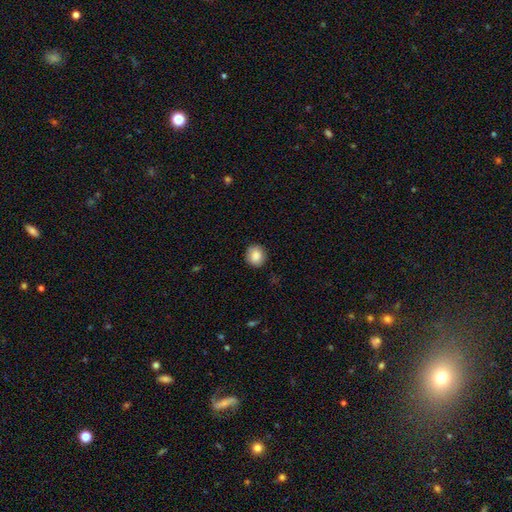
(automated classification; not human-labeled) Overall: smooth (86%). How rounded: round (82%). Merging: none (86%).